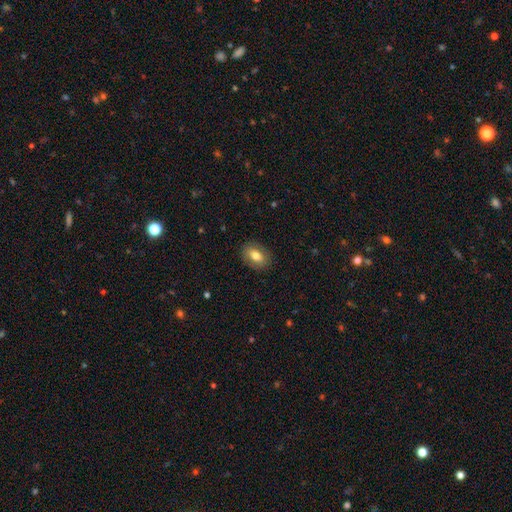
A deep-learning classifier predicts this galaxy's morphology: smooth 75%, featured or disk 17%, star or artifact 8%. Down the decision tree: how rounded — in between (78%); merging — none (86%).